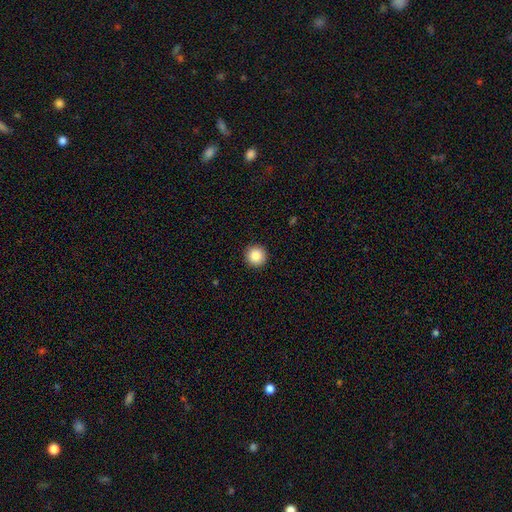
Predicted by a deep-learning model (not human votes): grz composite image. It shows a smooth galaxy with no disk features (87%) that is round (96%). Merging: none (93%).